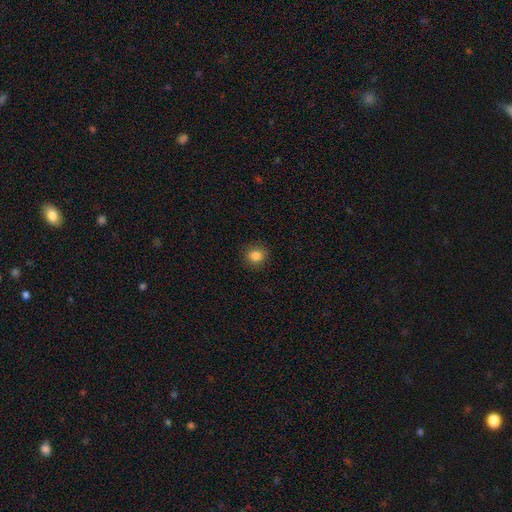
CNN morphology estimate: smooth-or-featured: smooth: 85% | star or artifact: 11% | featured or disk: 4%
  how-rounded: round: 86% | in between: 13% | cigar-shaped: 1%
  merging: none: 89% | minor disturbance: 7% | major disturbance: 2% | merger: 1%